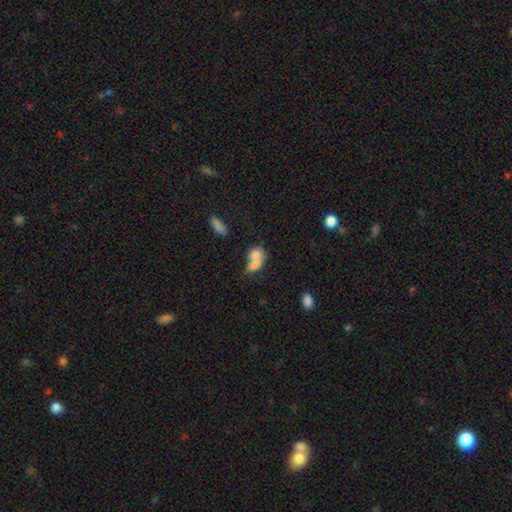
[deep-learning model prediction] A smooth galaxy with no disk features (73%) that is in between round and cigar-shaped (58%). Merging: merger (68%).